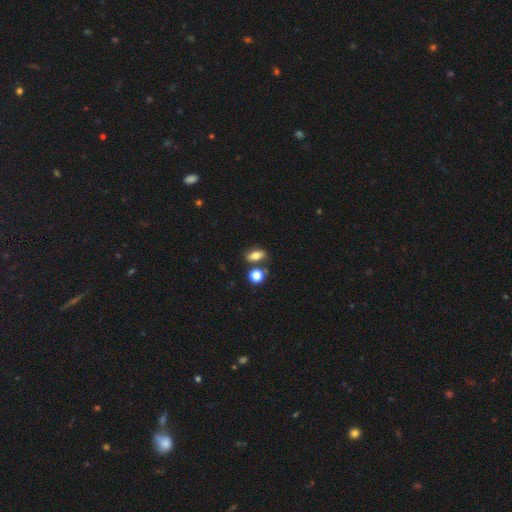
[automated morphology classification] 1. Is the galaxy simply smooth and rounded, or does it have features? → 76% smooth, 13% featured or disk, 11% star or artifact.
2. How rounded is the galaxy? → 75% in between, 15% round, 9% cigar-shaped.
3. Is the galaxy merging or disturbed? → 73% none, 12% merger, 12% minor disturbance, 4% major disturbance.